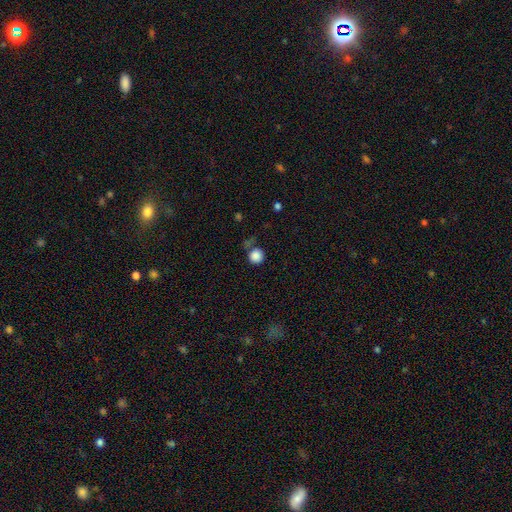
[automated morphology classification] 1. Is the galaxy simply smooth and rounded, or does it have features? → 86% smooth, 10% star or artifact, 5% featured or disk.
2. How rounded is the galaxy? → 94% round, 5% in between, 1% cigar-shaped.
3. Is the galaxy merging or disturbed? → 67% none, 15% minor disturbance, 9% merger, 8% major disturbance.